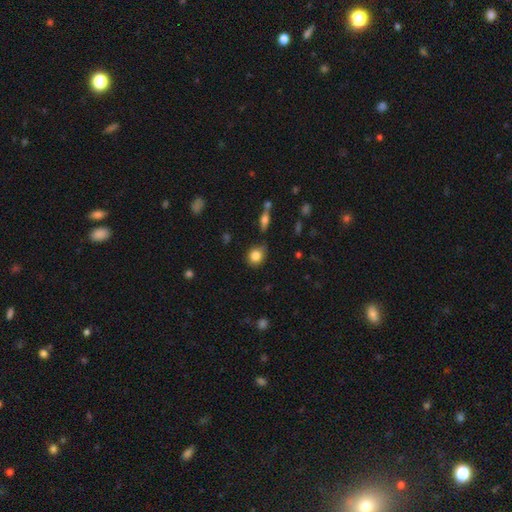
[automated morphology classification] Smooth or featured? Predicted: smooth (p=0.82). How rounded? Predicted: round (p=0.66). Merging? Predicted: none (p=0.74).